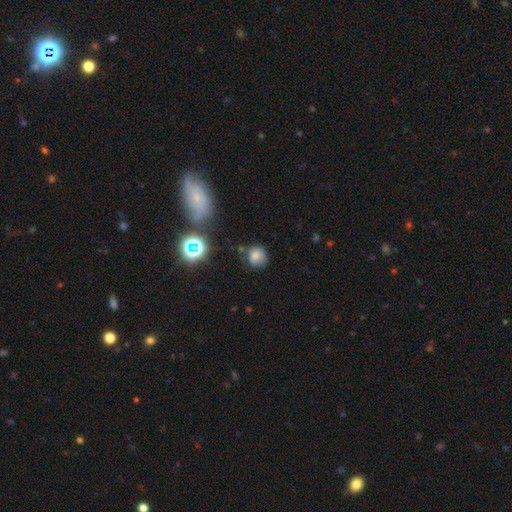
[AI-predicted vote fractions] smooth 73%, star or artifact 17%, featured or disk 10%. Down the decision tree: how rounded — round (82%); merging — none (67%).